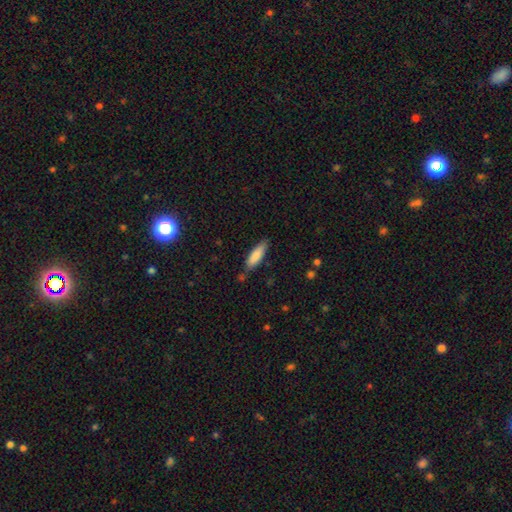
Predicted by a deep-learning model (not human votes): smooth_or_featured: smooth (p=0.85) [alt: featured or disk p=0.10]
how_rounded: cigar-shaped (p=0.52) [alt: in between p=0.47]
merging: none (p=0.74) [alt: minor disturbance p=0.18]